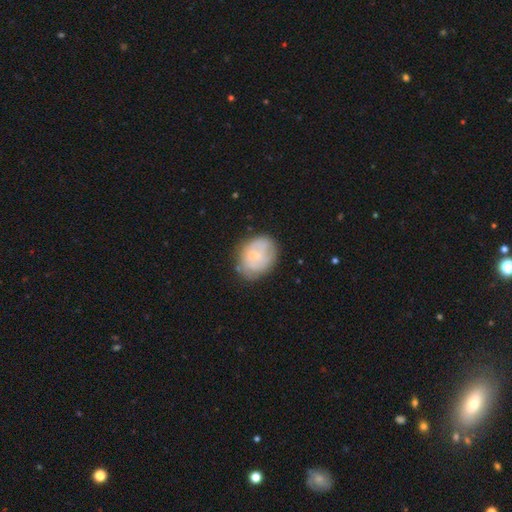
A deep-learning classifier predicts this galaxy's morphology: Q: Smooth or featured?
A: smooth (55%); runner-up: featured or disk (37%)
Q: How rounded?
A: in between (57%); runner-up: round (42%)
Q: Merging?
A: none (62%); runner-up: minor disturbance (25%)